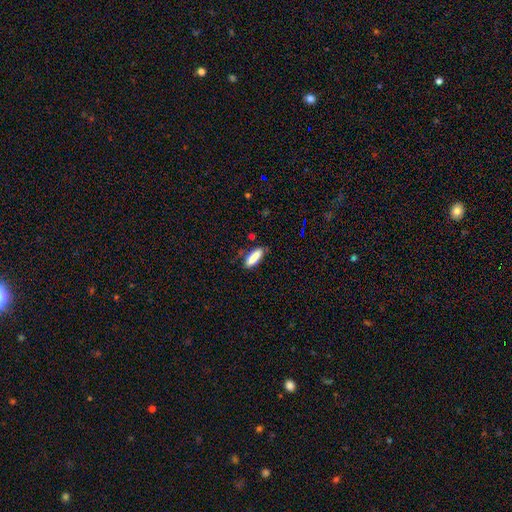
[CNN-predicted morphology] Overall: smooth (86%). How rounded: in between (49%, tied with cigar-shaped). Merging: none (76%).